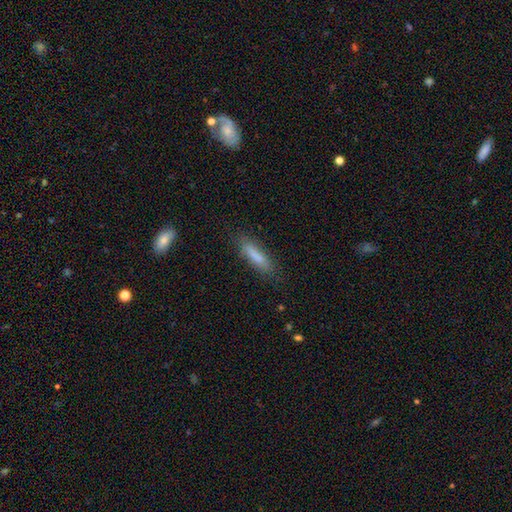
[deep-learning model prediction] Smooth or featured?
  - smooth: 80% *
  - featured or disk: 13%
  - star or artifact: 7%
How rounded?
  - cigar-shaped: 74% *
  - in between: 25%
  - round: 2%
Merging?
  - none: 80% *
  - minor disturbance: 14%
  - major disturbance: 4%
  - merger: 2%